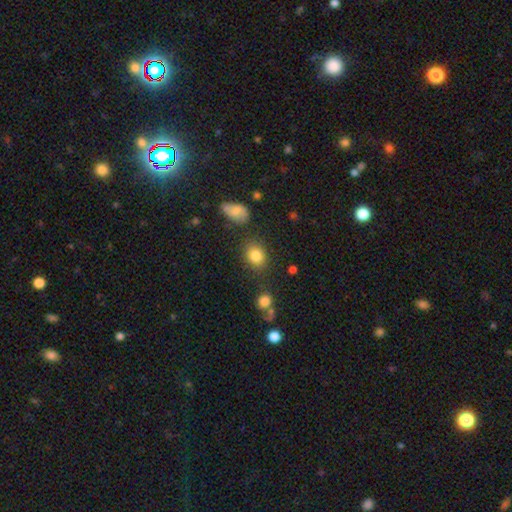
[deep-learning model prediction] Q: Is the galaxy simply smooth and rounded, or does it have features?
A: smooth — 83%.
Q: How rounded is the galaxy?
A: round — 55%.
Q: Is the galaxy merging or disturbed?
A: none — 78%.